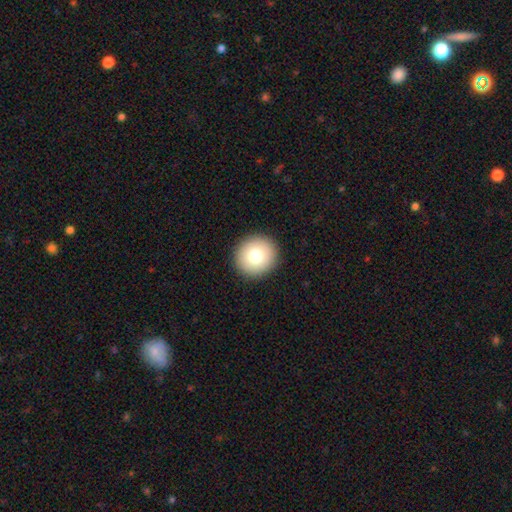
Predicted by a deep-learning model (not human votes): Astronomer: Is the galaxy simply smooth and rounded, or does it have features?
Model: smooth — 77%.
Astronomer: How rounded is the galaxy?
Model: round — 92%.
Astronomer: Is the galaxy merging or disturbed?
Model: none — 92%.